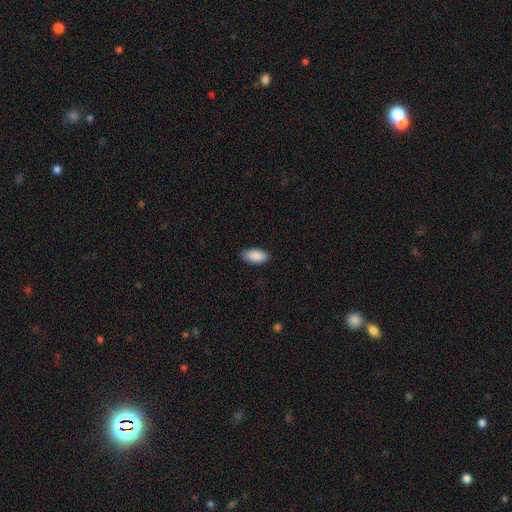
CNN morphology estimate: Smooth or featured: smooth — 91% (star or artifact — 6%)
How rounded: in between — 94% (cigar-shaped — 3%)
Merging: none — 88% (minor disturbance — 9%)